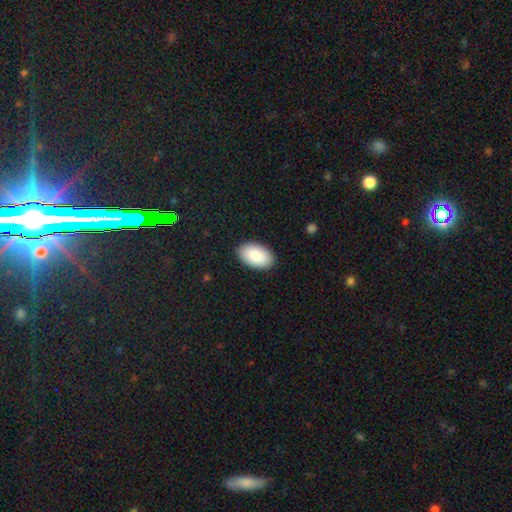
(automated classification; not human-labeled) smooth 91%, star or artifact 5%, featured or disk 4%. Down the decision tree: how rounded — in between (95%); merging — none (89%).